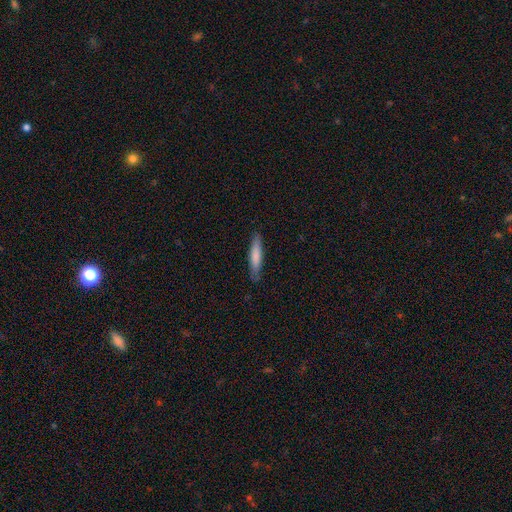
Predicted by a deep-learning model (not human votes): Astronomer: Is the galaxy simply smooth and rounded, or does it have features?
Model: smooth — 78%.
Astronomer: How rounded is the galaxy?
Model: cigar-shaped — 84%.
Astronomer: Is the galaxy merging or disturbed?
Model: none — 84%.